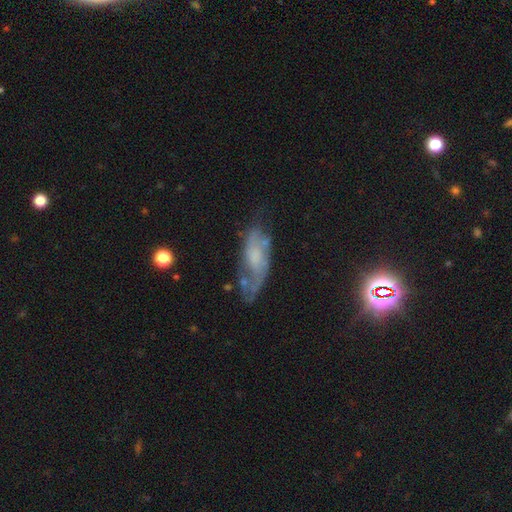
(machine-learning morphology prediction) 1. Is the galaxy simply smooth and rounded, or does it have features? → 60% featured or disk, 29% smooth, 11% star or artifact.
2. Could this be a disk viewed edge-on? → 85% no, 15% yes.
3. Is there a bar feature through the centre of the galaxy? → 68% no, 27% weak, 5% strong.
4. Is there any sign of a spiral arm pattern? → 71% yes, 29% no.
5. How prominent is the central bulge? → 33% none, 30% small, 29% moderate, 7% large, 2% dominant.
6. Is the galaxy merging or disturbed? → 51% none, 26% minor disturbance, 18% major disturbance, 5% merger.